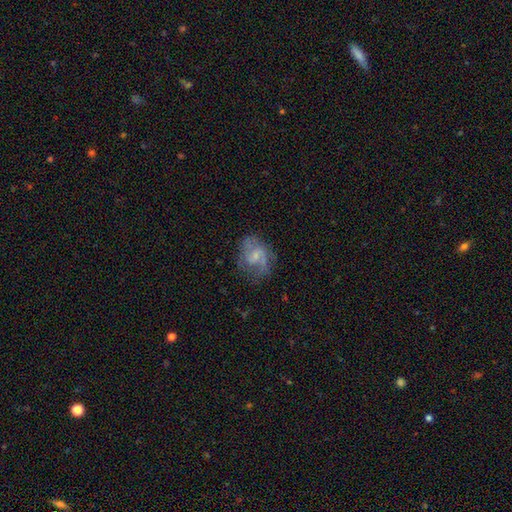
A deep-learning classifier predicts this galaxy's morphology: featured or disk 67%, smooth 26%, star or artifact 8%. Down the decision tree: edge-on disk — no (97%); bar — weak (48%); spiral arms — yes (85%); spiral arm count — 2 (64%); spiral winding — medium (48%); bulge size — small (54%); merging — none (58%).